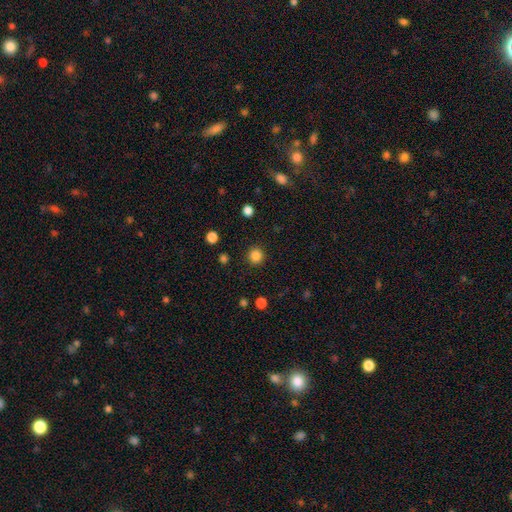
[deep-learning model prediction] Smooth or featured?
  - smooth: 85% *
  - star or artifact: 12%
  - featured or disk: 3%
How rounded?
  - round: 94% *
  - in between: 5%
  - cigar-shaped: 1%
Merging?
  - none: 91% *
  - minor disturbance: 5%
  - major disturbance: 2%
  - merger: 1%